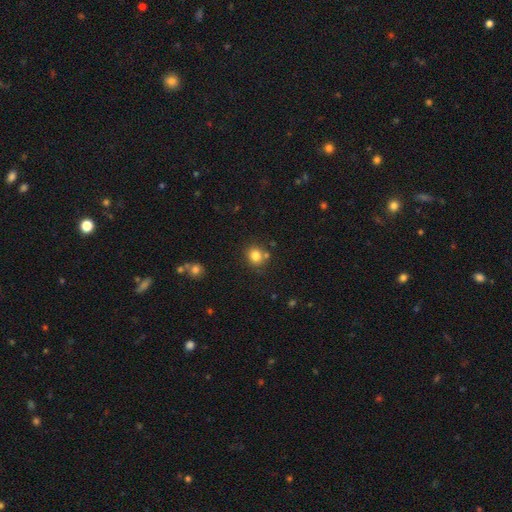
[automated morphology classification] This is clearly a smooth galaxy (81%). How rounded: likely round (77%). Merging: likely none (73%).